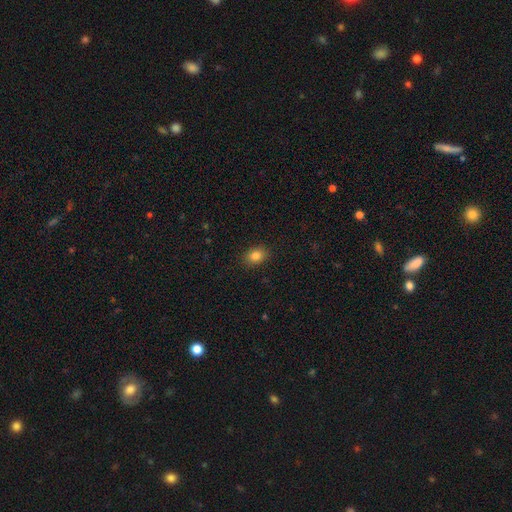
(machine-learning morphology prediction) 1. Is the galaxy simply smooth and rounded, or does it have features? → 83% smooth, 11% star or artifact, 6% featured or disk.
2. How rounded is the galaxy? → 68% in between, 31% round, 1% cigar-shaped.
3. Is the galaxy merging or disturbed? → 88% none, 9% minor disturbance, 2% major disturbance, 1% merger.